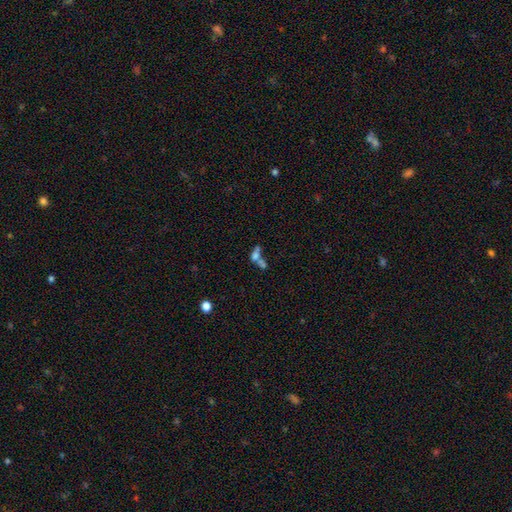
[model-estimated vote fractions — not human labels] A smooth galaxy with no disk features (42%). Merging: none (50%).